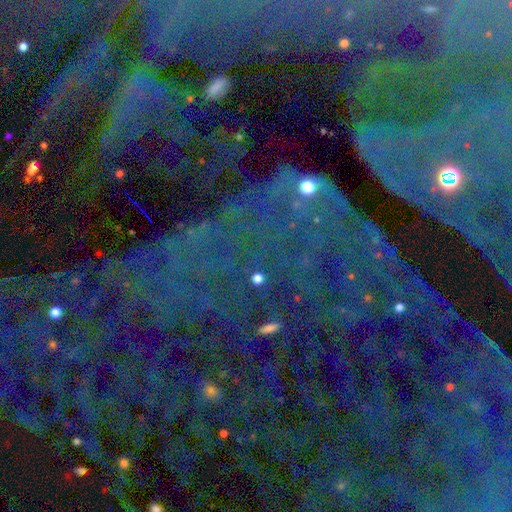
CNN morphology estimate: star or artifact 85%, featured or disk 8%, smooth 7%.